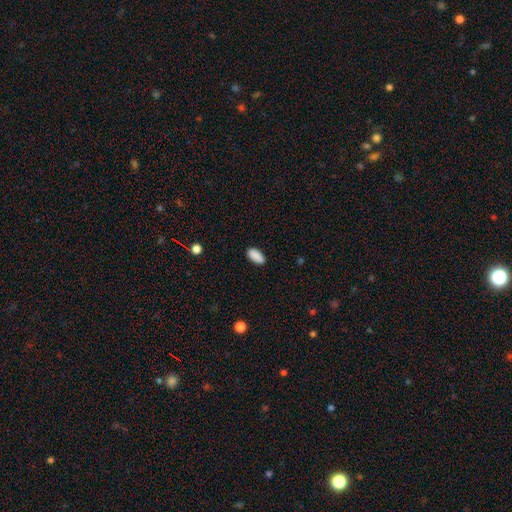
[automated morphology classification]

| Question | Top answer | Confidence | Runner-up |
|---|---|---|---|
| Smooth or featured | smooth | 89% | star or artifact (8%) |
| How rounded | in between | 91% | cigar-shaped (7%) |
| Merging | none | 86% | minor disturbance (10%) |